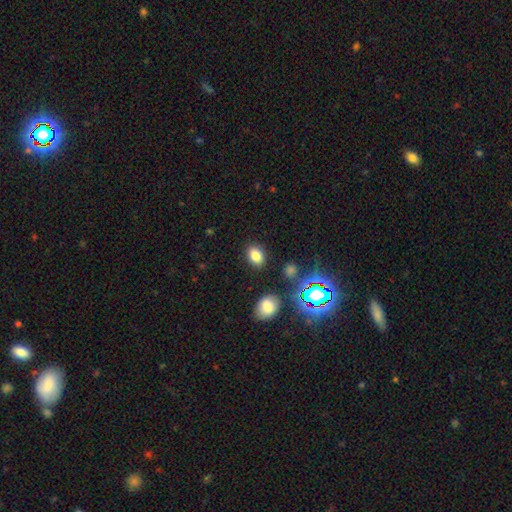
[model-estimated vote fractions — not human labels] The model was most divided on "how rounded": in between: 72%, round: 26%, cigar-shaped: 1%. More confident: merging — none (85%); smooth or featured — smooth (79%).